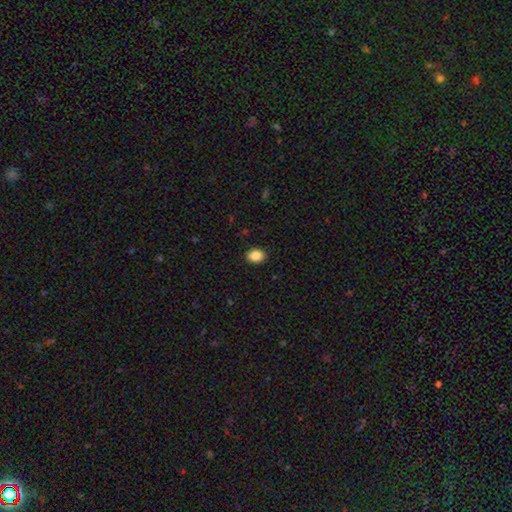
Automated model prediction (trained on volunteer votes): smooth_or_featured: smooth (p=0.88) [alt: star or artifact p=0.08]
how_rounded: in between (p=0.66) [alt: round p=0.33]
merging: none (p=0.91) [alt: minor disturbance p=0.06]